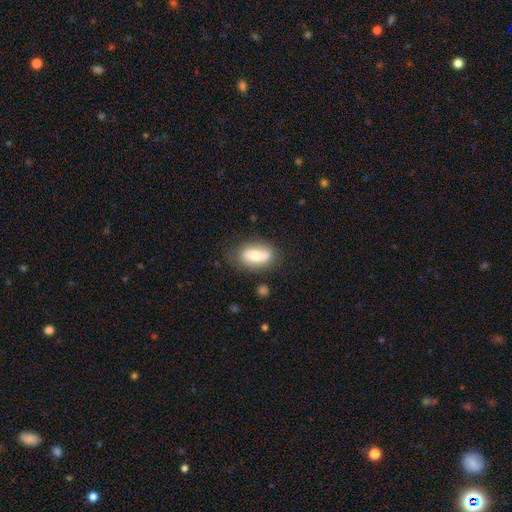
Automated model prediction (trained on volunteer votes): A smooth galaxy with no disk features (51%) that is in between round and cigar-shaped (85%). Merging: none (69%).